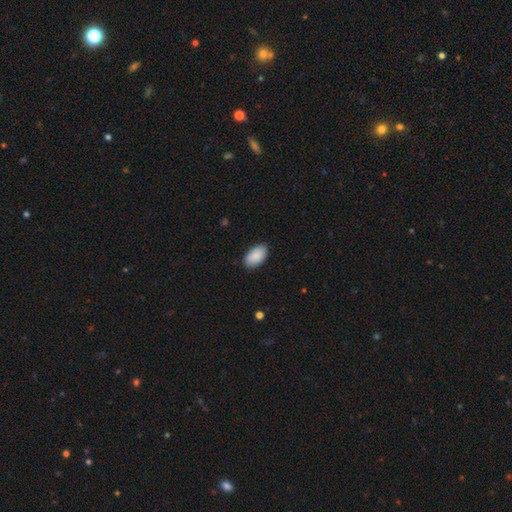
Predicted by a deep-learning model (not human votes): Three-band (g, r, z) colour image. It shows a smooth galaxy with no disk features (89%) that is in between round and cigar-shaped (95%). Merging: none (87%).